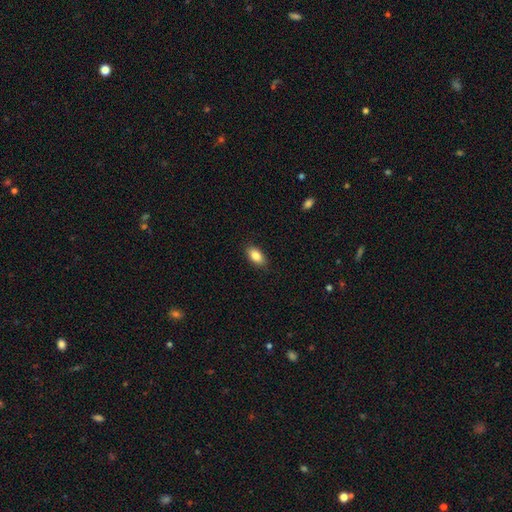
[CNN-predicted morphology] Smooth or featured? smooth (86%)
How rounded? in between (90%)
Merging? none (88%)